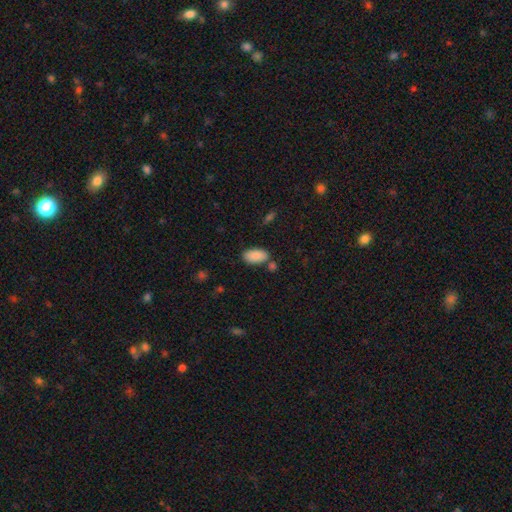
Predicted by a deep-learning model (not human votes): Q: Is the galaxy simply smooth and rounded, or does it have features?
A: smooth — 88%.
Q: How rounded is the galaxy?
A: in between — 95%.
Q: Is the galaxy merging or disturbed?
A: none — 75%.